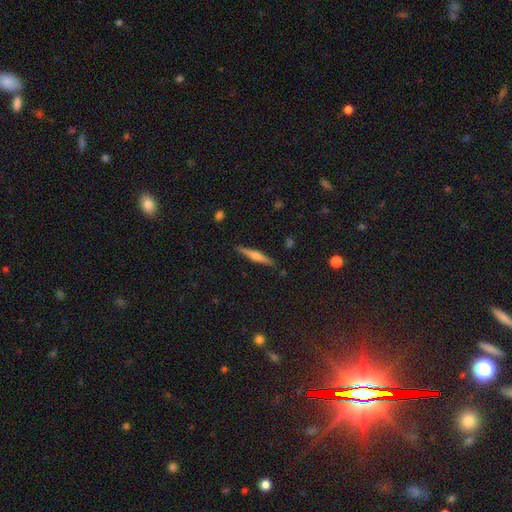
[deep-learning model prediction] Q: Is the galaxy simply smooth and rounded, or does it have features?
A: featured or disk — 63%.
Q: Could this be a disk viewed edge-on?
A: yes — 98%.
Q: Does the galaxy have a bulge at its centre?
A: rounded — 78%.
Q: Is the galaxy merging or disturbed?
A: none — 90%.